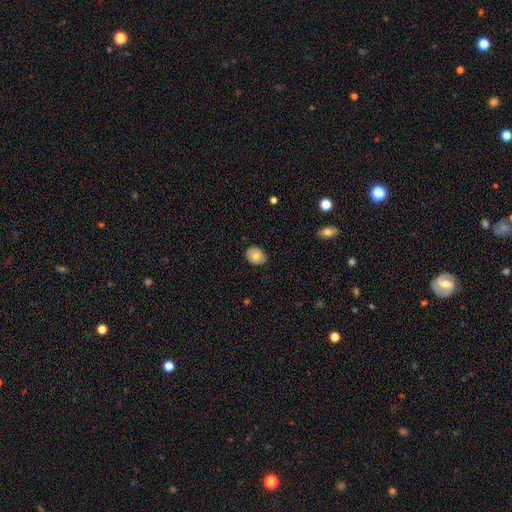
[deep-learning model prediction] Overall: smooth (76%). How rounded: round (50%; in between 49%). Merging: none (80%).